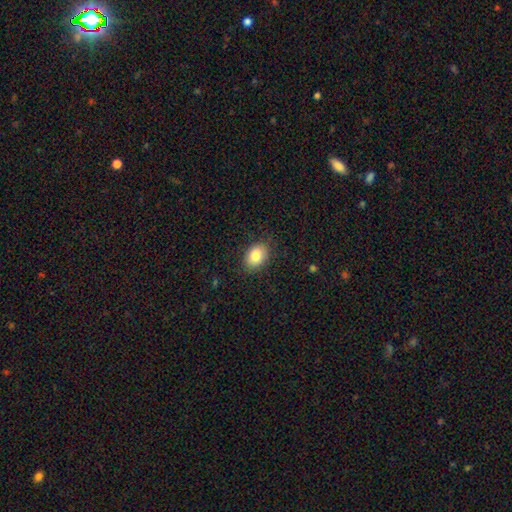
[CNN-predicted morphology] This is clearly a smooth galaxy (84%). How rounded: likely in between (79%). Merging: clearly none (84%).